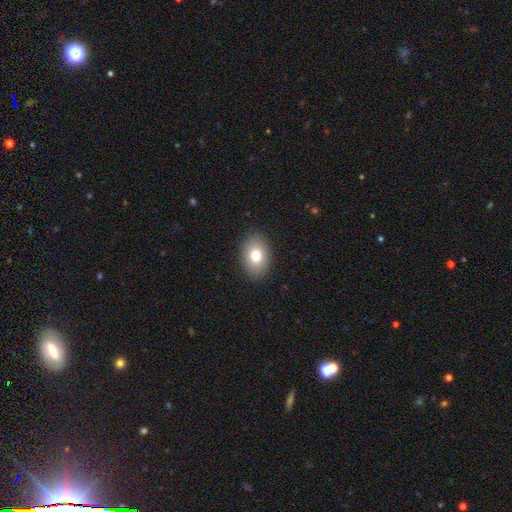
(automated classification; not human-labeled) Smooth or featured: smooth — 77% (featured or disk — 13%)
How rounded: in between — 80% (round — 19%)
Merging: none — 89% (minor disturbance — 8%)